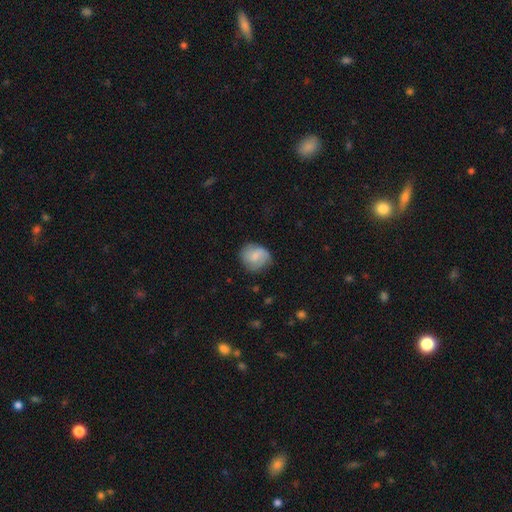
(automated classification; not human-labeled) Q: Smooth or featured?
A: smooth (63%); runner-up: featured or disk (29%)
Q: How rounded?
A: round (73%); runner-up: in between (26%)
Q: Merging?
A: none (68%); runner-up: minor disturbance (23%)